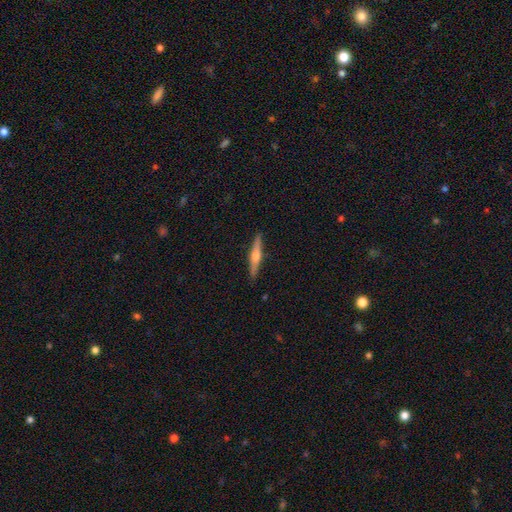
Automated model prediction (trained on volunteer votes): Morphology: type=featured or disk (60%); edge-on=yes (97%); edge-on bulge=rounded (86%); merging=none (90%).